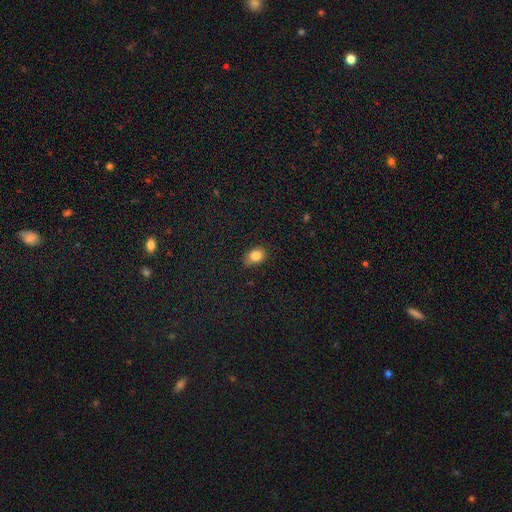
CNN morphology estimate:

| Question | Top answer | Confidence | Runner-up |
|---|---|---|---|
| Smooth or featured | smooth | 83% | star or artifact (10%) |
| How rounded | in between | 73% | round (26%) |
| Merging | none | 78% | minor disturbance (18%) |